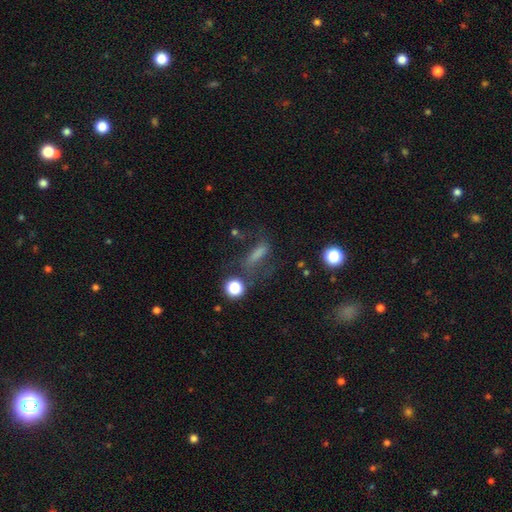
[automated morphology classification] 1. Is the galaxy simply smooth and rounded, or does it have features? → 48% smooth, 28% featured or disk, 24% star or artifact.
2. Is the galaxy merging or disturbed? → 52% none, 21% major disturbance, 19% minor disturbance, 7% merger.